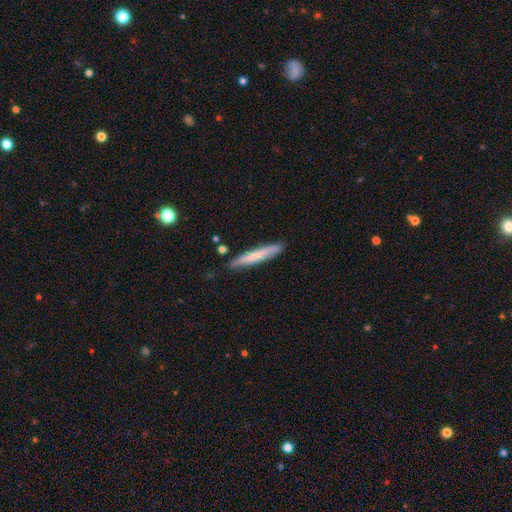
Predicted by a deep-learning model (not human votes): This is likely a smooth galaxy (66%). How rounded: clearly cigar-shaped (95%). Merging: clearly none (86%).